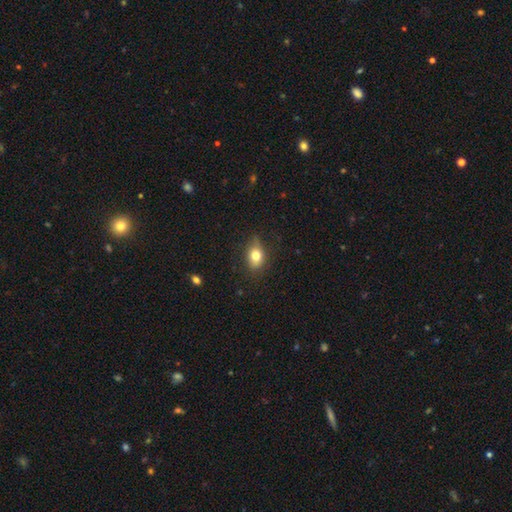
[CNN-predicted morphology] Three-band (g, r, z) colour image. It shows a smooth galaxy with no disk features (76%) that is in between round and cigar-shaped (72%). Merging: none (69%).